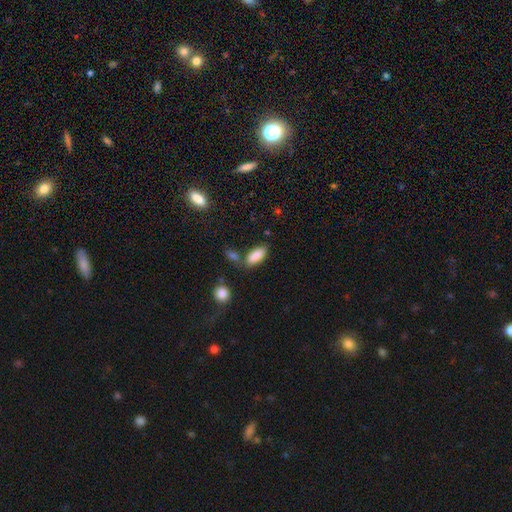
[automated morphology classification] Overall: smooth (87%). How rounded: in between (84%). Merging: none (68%).